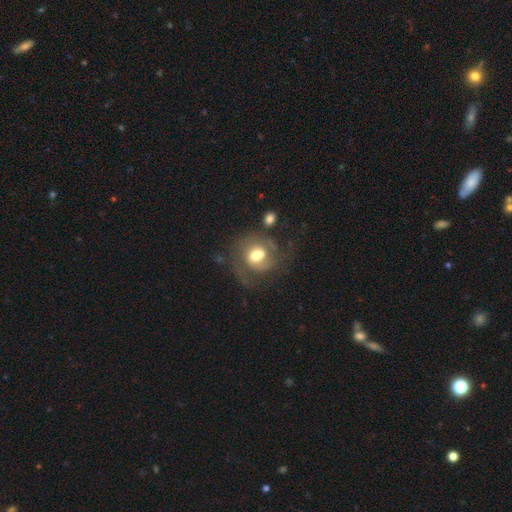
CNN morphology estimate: A featured or disk galaxy (53%) with no bar (59%), spiral arms (63%) and a moderate central bulge (60%). Merging: none (33%).